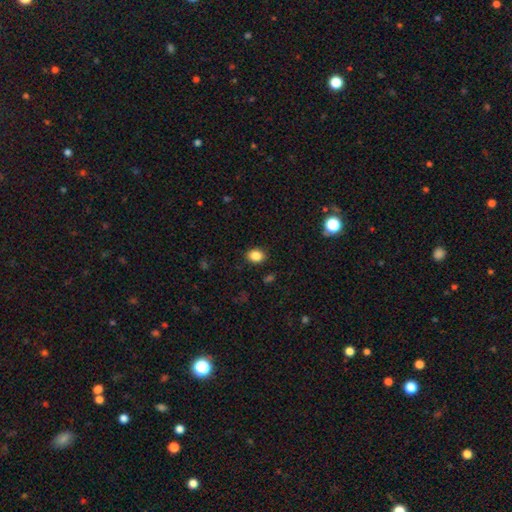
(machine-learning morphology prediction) Smooth or featured? smooth (86%)
How rounded? in between (57%)
Merging? none (89%)